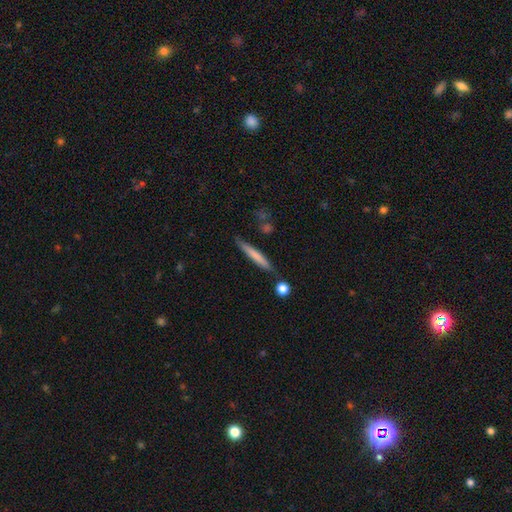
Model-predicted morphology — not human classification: type=smooth (68%); roundness=cigar-shaped (95%); merging=none (81%).